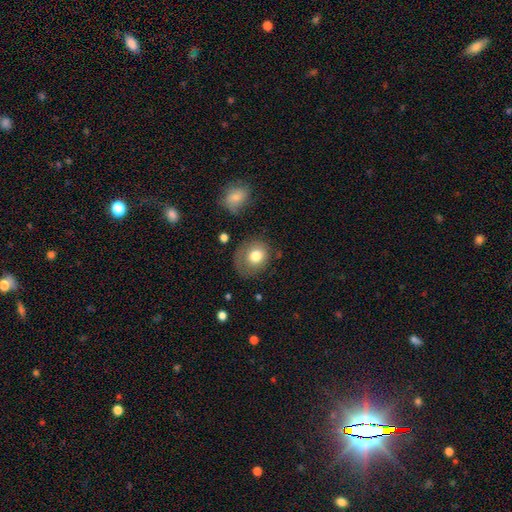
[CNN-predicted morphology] Q: Smooth or featured?
A: smooth (75%); runner-up: featured or disk (16%)
Q: How rounded?
A: round (64%); runner-up: in between (35%)
Q: Merging?
A: none (61%); runner-up: minor disturbance (24%)